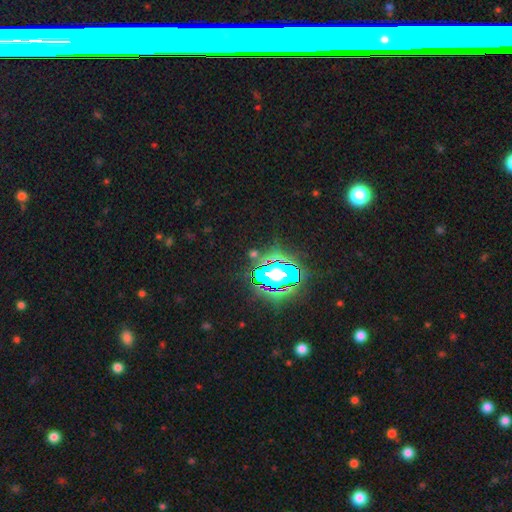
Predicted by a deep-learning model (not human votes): A star or artifact, not a galaxy (67%).

Vote fractions:
- Smooth or featured? star or artifact: 67% / smooth: 19% / featured or disk: 14%